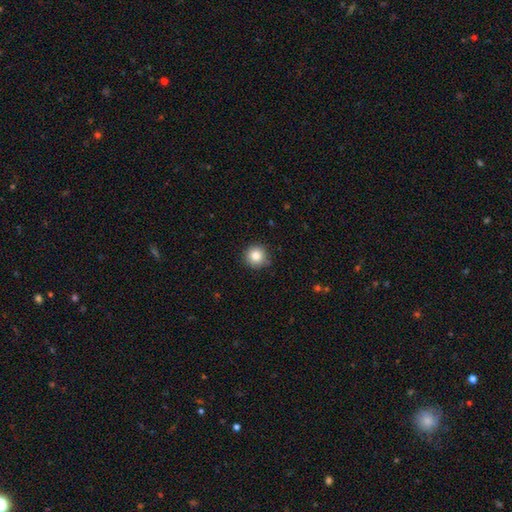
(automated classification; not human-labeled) Smooth or featured?
  - smooth: 84% *
  - star or artifact: 10%
  - featured or disk: 6%
How rounded?
  - round: 95% *
  - in between: 4%
  - cigar-shaped: 1%
Merging?
  - none: 86% *
  - minor disturbance: 10%
  - major disturbance: 2%
  - merger: 1%